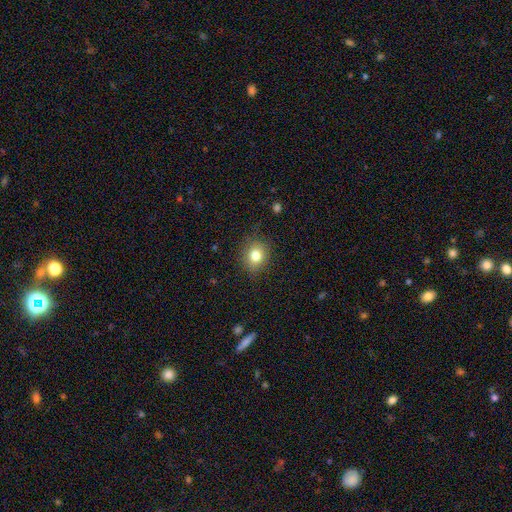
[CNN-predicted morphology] A smooth galaxy with no disk features (80%) that is round (70%).

Vote fractions:
- Smooth or featured? smooth: 80% / star or artifact: 11% / featured or disk: 9%
- How rounded? round: 70% / in between: 29% / cigar-shaped: 1%
- Merging? none: 83% / minor disturbance: 13% / major disturbance: 3% / merger: 1%